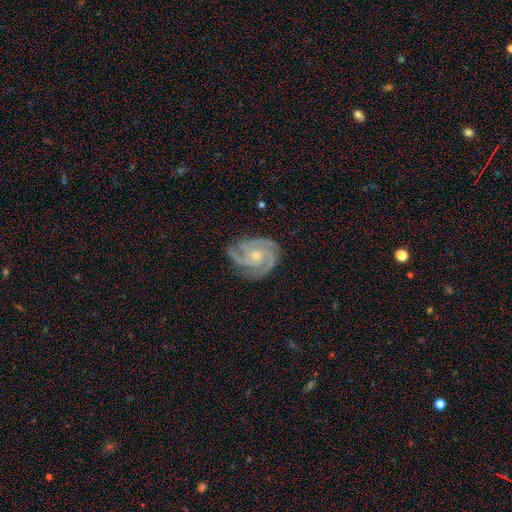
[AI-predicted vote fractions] Smooth or featured: featured or disk — 92% (star or artifact — 4%)
Edge-on disk: no — 98% (yes — 2%)
Bar: no — 75% (weak — 20%)
Spiral arms: yes — 99% (no — 1%)
Spiral winding: tight — 64% (medium — 32%)
Spiral arm count: 3 — 64% (4 — 18%)
Bulge size: small — 65% (moderate — 32%)
Merging: none — 78% (minor disturbance — 17%)